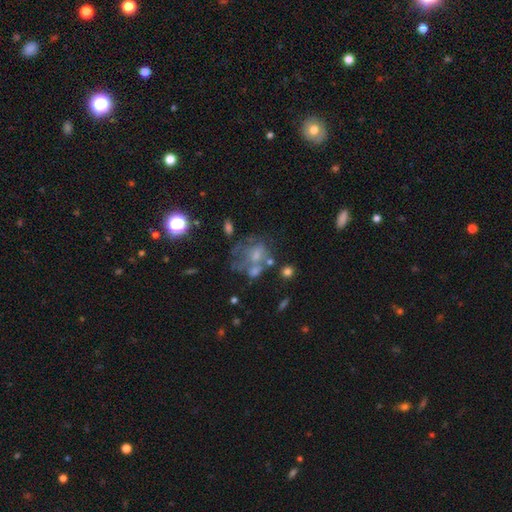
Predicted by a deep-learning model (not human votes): A featured or disk galaxy (49%).

Vote fractions:
- Smooth or featured? featured or disk: 49% / smooth: 32% / star or artifact: 18%
- Merging? none: 33% / major disturbance: 28% / merger: 21% / minor disturbance: 18%